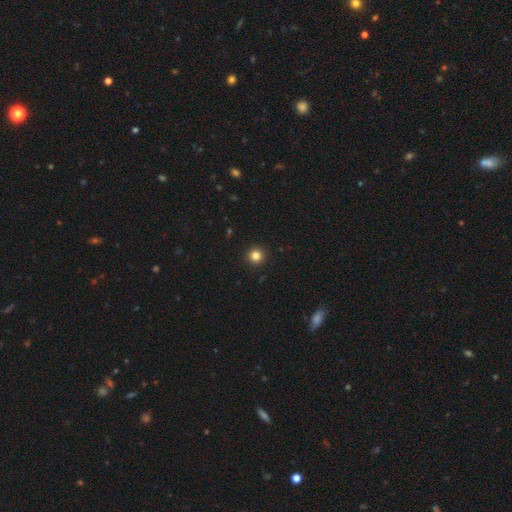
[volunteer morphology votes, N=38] This is clearly a smooth galaxy (89%). How rounded: clearly round (94%). Merging: clearly none (94%).